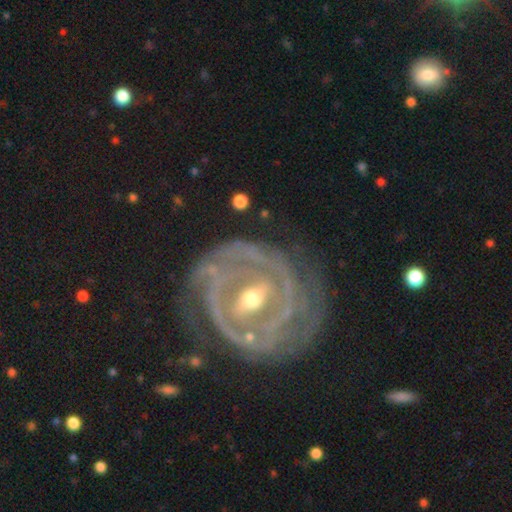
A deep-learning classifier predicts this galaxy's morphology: Smooth or featured: featured or disk — 90% (smooth — 5%)
Edge-on disk: no — 96% (yes — 4%)
Bar: strong — 46% (weak — 36%)
Spiral arms: yes — 93% (no — 7%)
Spiral winding: tight — 76% (medium — 19%)
Spiral arm count: 2 — 33% (can't tell — 26%)
Bulge size: moderate — 55% (small — 40%)
Merging: none — 68% (minor disturbance — 19%)